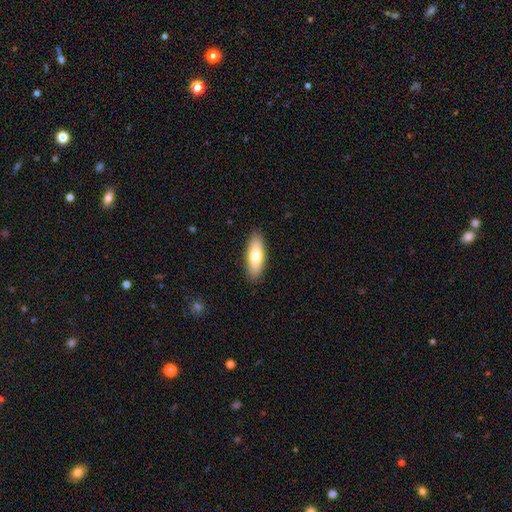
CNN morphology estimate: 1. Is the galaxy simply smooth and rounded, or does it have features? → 71% smooth, 23% featured or disk, 6% star or artifact.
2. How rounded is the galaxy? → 63% in between, 35% cigar-shaped, 2% round.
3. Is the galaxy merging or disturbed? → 89% none, 8% minor disturbance, 2% major disturbance, 1% merger.